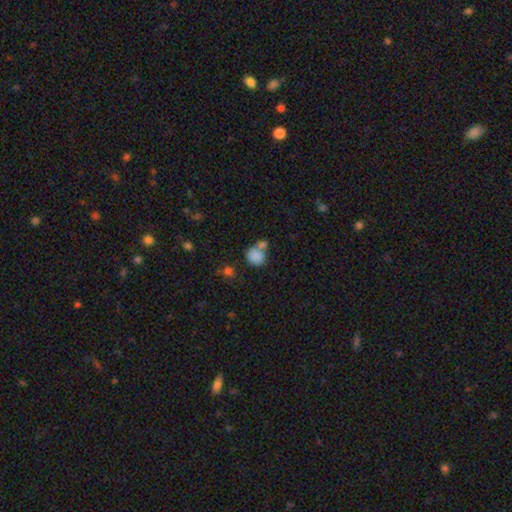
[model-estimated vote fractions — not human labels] Smooth or featured? smooth (82%)
How rounded? round (75%)
Merging? none (41%)